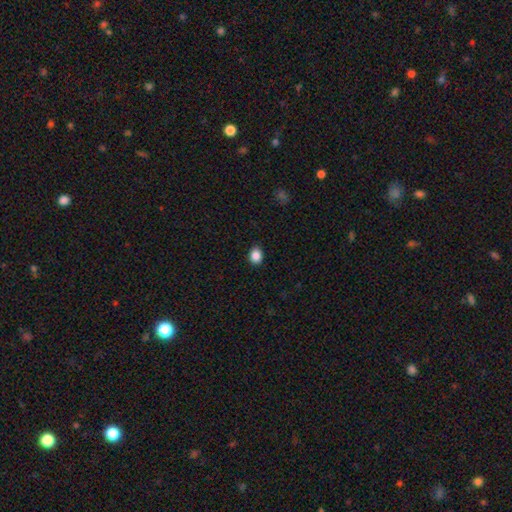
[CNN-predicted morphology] smooth-or-featured: smooth: 87% | star or artifact: 10% | featured or disk: 4%
  how-rounded: round: 50% | in between: 49% | cigar-shaped: 1%
  merging: none: 89% | minor disturbance: 8% | major disturbance: 2% | merger: 1%